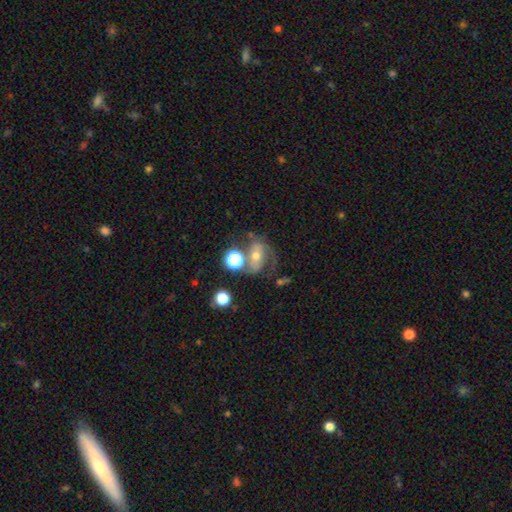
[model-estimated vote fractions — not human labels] smooth_or_featured: featured or disk (p=0.49) [alt: smooth p=0.36]
merging: none (p=0.43) [alt: major disturbance p=0.21]